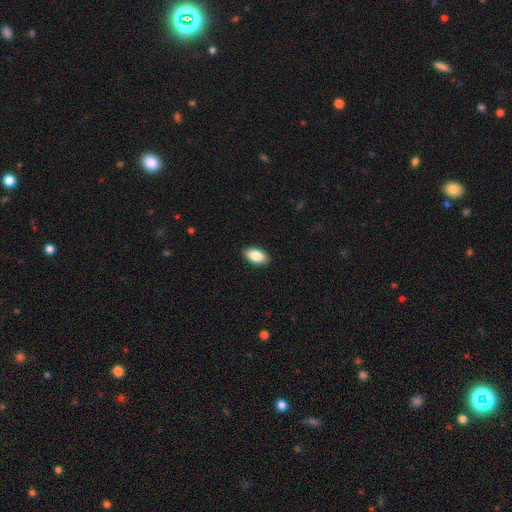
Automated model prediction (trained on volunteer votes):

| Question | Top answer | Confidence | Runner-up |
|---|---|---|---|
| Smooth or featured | smooth | 86% | featured or disk (7%) |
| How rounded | in between | 94% | round (3%) |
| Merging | none | 90% | minor disturbance (7%) |